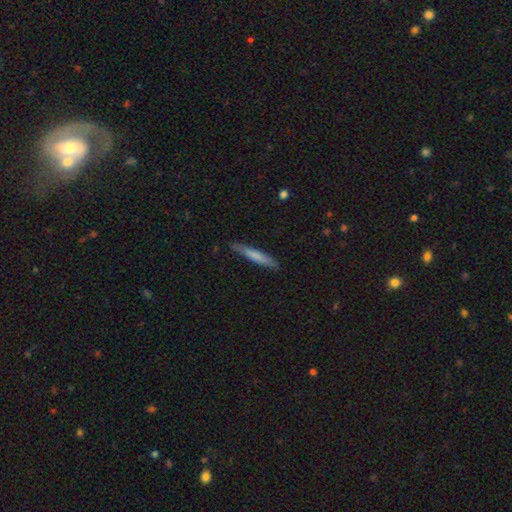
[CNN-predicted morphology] The model was most divided on "smooth or featured": smooth: 71%, featured or disk: 23%, star or artifact: 5%. More confident: how rounded — cigar-shaped (94%); merging — none (83%).